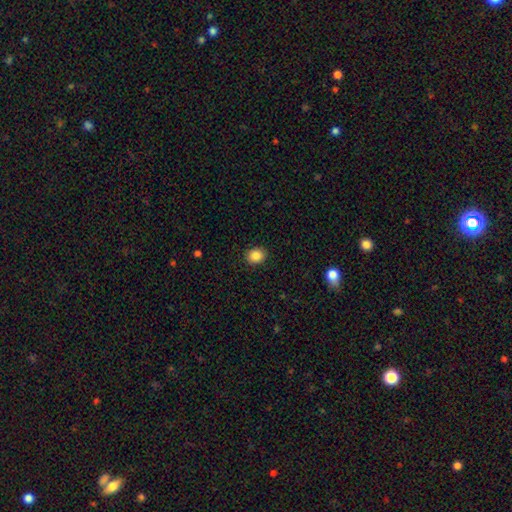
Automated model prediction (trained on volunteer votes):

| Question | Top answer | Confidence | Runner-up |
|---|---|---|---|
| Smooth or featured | smooth | 87% | star or artifact (9%) |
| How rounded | round | 61% | in between (38%) |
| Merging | none | 90% | minor disturbance (7%) |